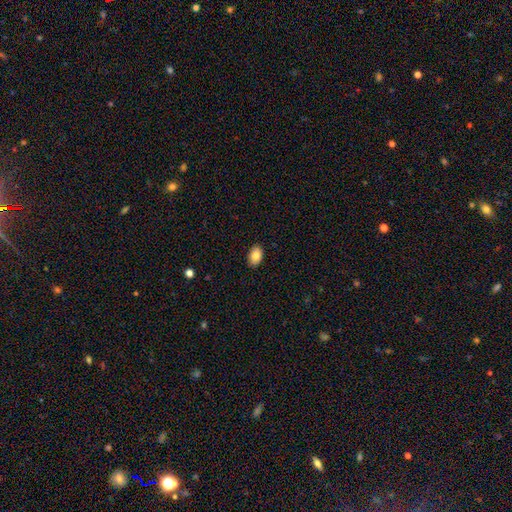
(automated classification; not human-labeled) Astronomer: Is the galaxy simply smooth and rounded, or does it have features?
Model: smooth — 86%.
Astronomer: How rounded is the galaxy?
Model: in between — 89%.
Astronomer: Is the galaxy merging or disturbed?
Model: none — 89%.